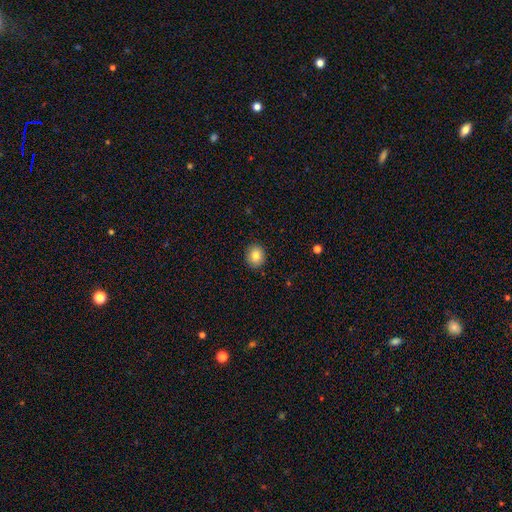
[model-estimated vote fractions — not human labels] smooth_or_featured: smooth (p=0.83) [alt: star or artifact p=0.09]
how_rounded: round (p=0.76) [alt: in between p=0.24]
merging: none (p=0.90) [alt: minor disturbance p=0.07]